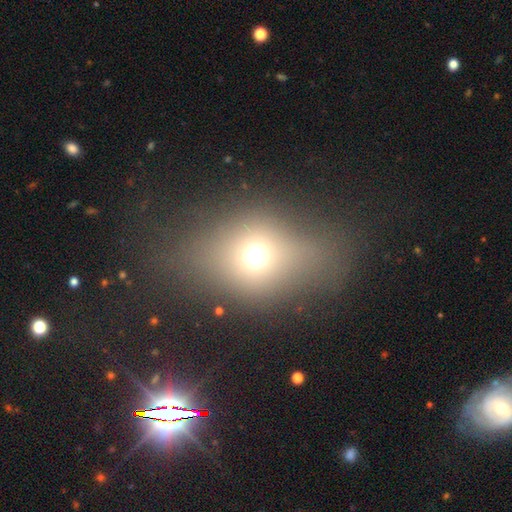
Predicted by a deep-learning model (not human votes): Smooth or featured? Predicted: smooth (p=0.62). How rounded? Predicted: round (p=0.55). Merging? Predicted: none (p=0.66).